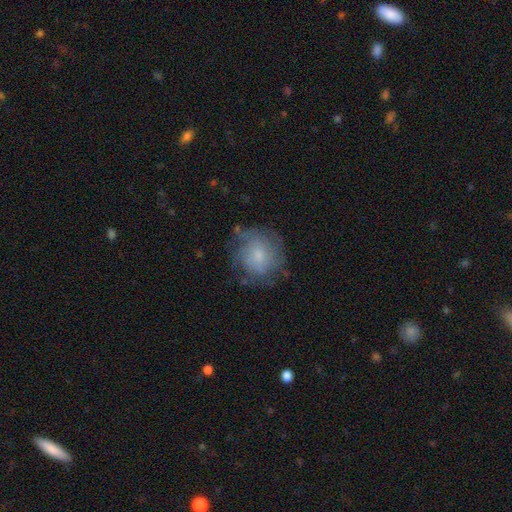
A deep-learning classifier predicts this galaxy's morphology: smooth_or_featured: smooth (p=0.55) [alt: featured or disk p=0.34]
how_rounded: round (p=0.83) [alt: in between p=0.15]
merging: none (p=0.67) [alt: minor disturbance p=0.21]